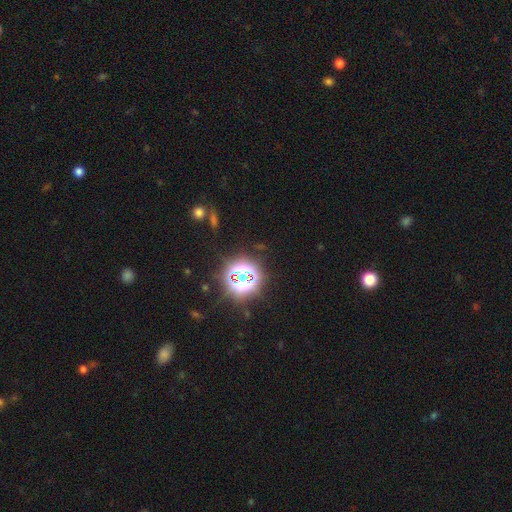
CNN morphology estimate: This is likely a star or artifact rather than a galaxy (78%).